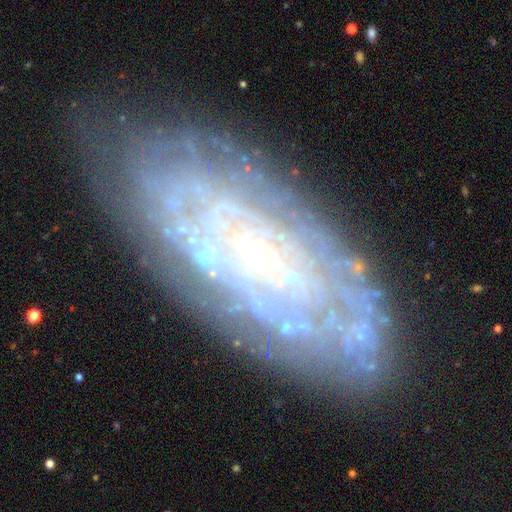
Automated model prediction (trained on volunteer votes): This is likely a featured or disk galaxy (78%). It is clearly not viewed edge-on (89%). Bar: likely no (70%). Spiral arm pattern: likely yes (77%). Spiral arm count: likely can't tell (63%). Spiral winding: likely tight (78%). Central bulge: likely small (80%). Merging: likely none (74%).